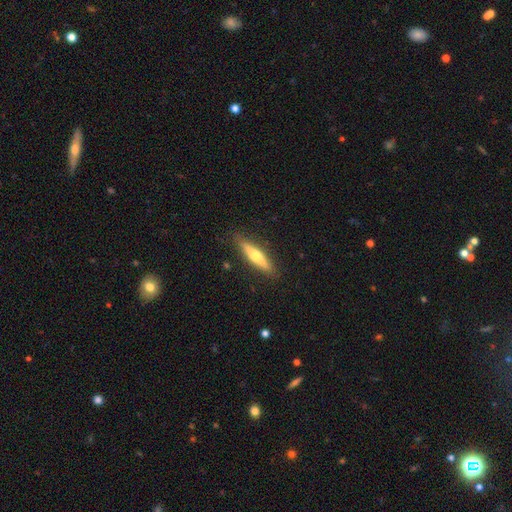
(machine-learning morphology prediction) Q: Smooth or featured?
A: smooth (51%); runner-up: featured or disk (44%)
Q: How rounded?
A: cigar-shaped (81%); runner-up: in between (18%)
Q: Merging?
A: none (87%); runner-up: minor disturbance (10%)